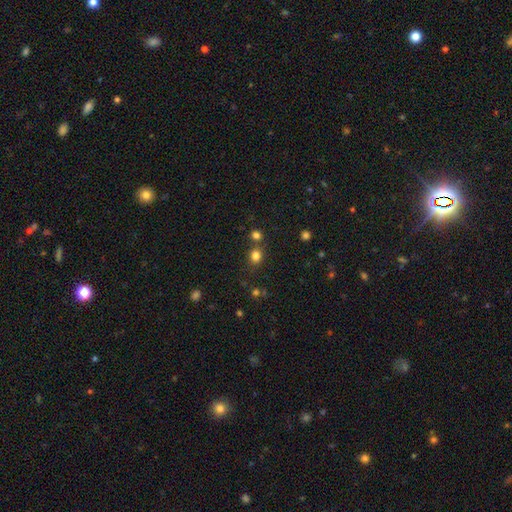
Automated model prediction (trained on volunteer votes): smooth 78%, star or artifact 16%, featured or disk 6%. Down the decision tree: how rounded — round (73%); merging — none (70%).